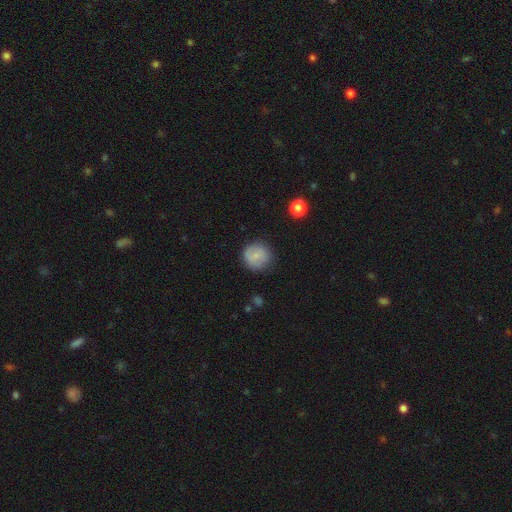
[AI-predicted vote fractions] Smooth or featured? Predicted: smooth (p=0.75). How rounded? Predicted: round (p=0.92). Merging? Predicted: none (p=0.82).